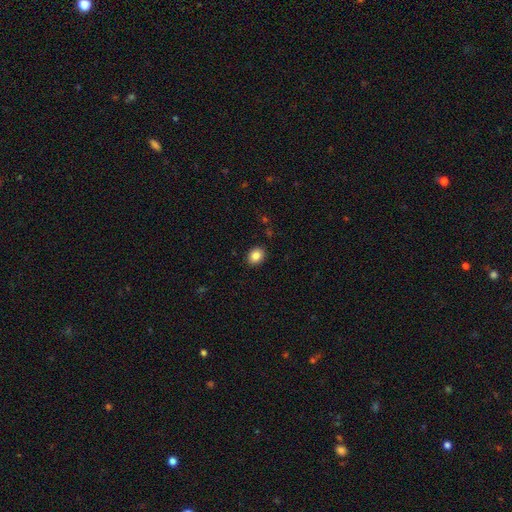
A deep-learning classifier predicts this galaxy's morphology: smooth 86%, star or artifact 9%, featured or disk 6%. Down the decision tree: how rounded — in between (52%); merging — none (90%).